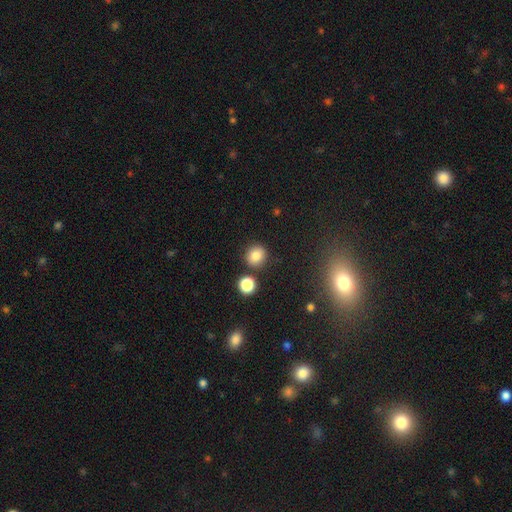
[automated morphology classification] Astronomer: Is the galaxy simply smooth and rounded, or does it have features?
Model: smooth — 82%.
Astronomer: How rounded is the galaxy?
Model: round — 88%.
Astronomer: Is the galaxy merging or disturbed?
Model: none — 83%.